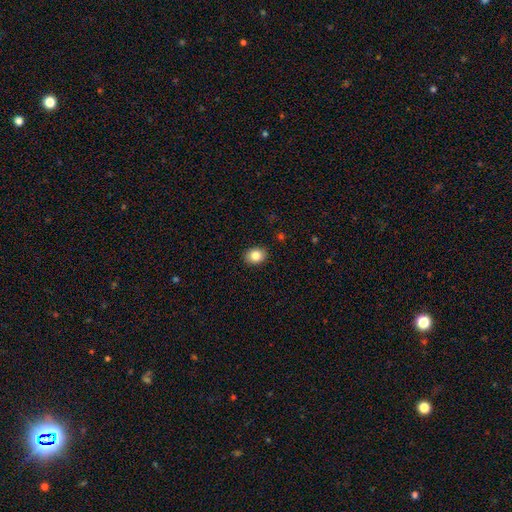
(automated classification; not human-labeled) This appears to be a smooth galaxy with no disk features (84%) that is in between round and cigar-shaped (54%). Merging: none (90%).